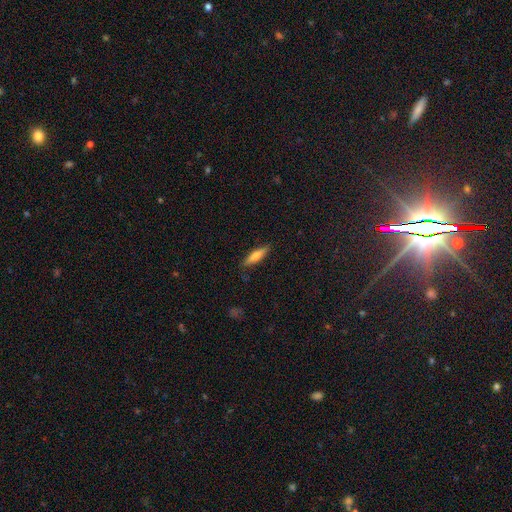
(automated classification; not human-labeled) Morphology: type=smooth (65%); roundness=cigar-shaped (70%); merging=none (85%).